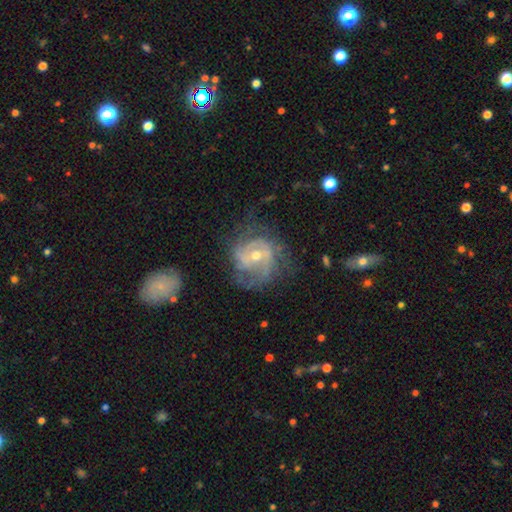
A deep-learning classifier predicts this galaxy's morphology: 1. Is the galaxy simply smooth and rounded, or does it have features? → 84% featured or disk, 9% smooth, 7% star or artifact.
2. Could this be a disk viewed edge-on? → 97% no, 3% yes.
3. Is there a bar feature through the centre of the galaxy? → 54% no, 35% weak, 11% strong.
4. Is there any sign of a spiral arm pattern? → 92% yes, 8% no.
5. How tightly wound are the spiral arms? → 47% tight, 39% medium, 13% loose.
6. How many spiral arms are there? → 38% 2, 27% can't tell, 21% 3, 5% 4, 5% 1, 4% more than 4.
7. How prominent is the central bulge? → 49% moderate, 48% small, 2% large, 1% none, 1% dominant.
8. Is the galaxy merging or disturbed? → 58% none, 22% minor disturbance, 18% major disturbance, 2% merger.